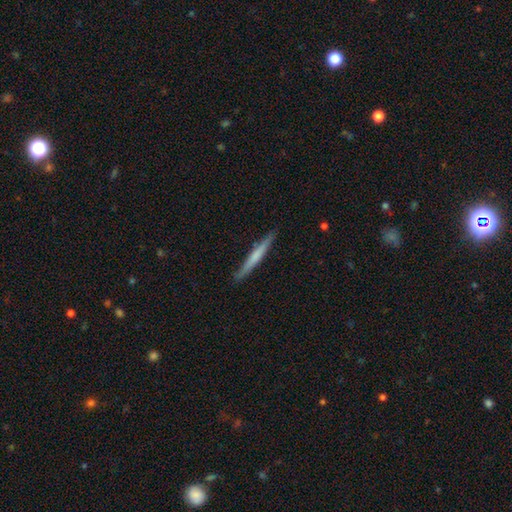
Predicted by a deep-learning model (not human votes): Smooth or featured? Predicted: smooth (p=0.50). How rounded? Predicted: cigar-shaped (p=0.96). Merging? Predicted: none (p=0.89).